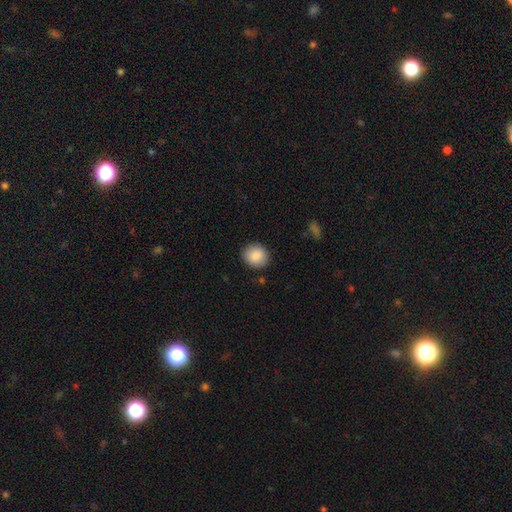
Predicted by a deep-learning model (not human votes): A smooth galaxy with no disk features (87%) that is round (82%).

Vote fractions:
- Smooth or featured? smooth: 87% / star or artifact: 8% / featured or disk: 5%
- How rounded? round: 82% / in between: 17% / cigar-shaped: 1%
- Merging? none: 89% / minor disturbance: 7% / major disturbance: 2% / merger: 1%